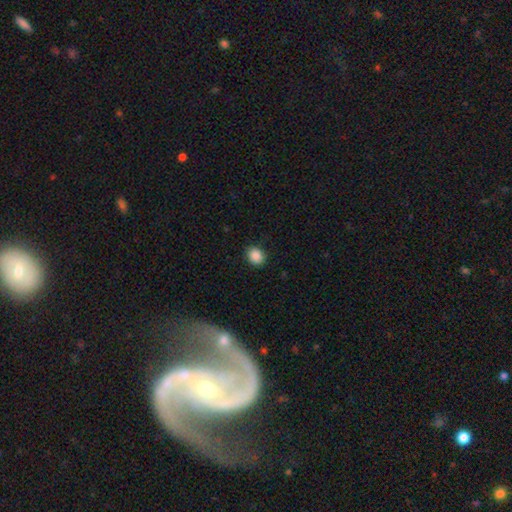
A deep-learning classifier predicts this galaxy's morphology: smooth_or_featured: smooth (p=0.88) [alt: star or artifact p=0.09]
how_rounded: round (p=0.64) [alt: in between p=0.35]
merging: none (p=0.89) [alt: minor disturbance p=0.08]